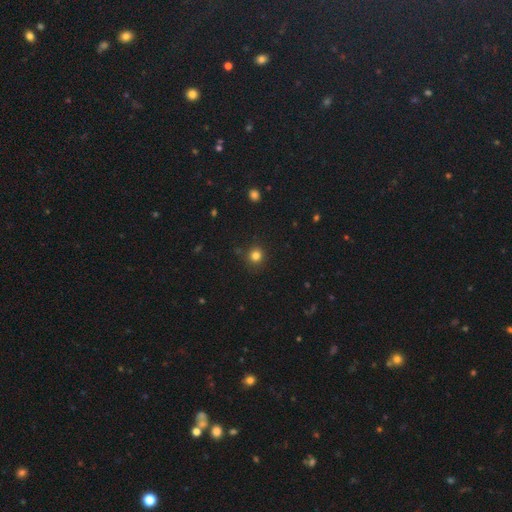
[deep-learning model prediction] This is clearly a smooth galaxy (81%). How rounded: clearly round (91%). Merging: clearly none (88%).